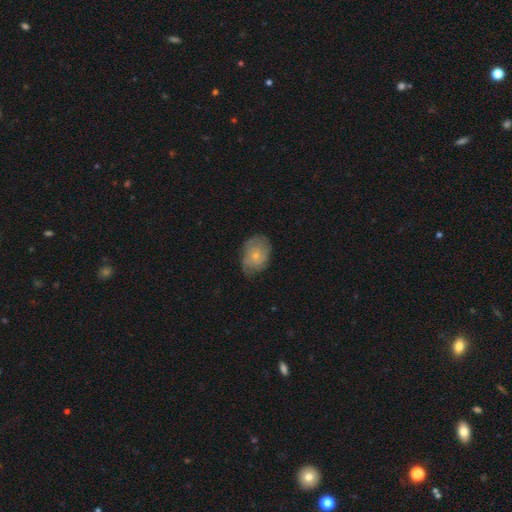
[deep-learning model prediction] Morphology: type=featured or disk (49%); merging=none (64%).